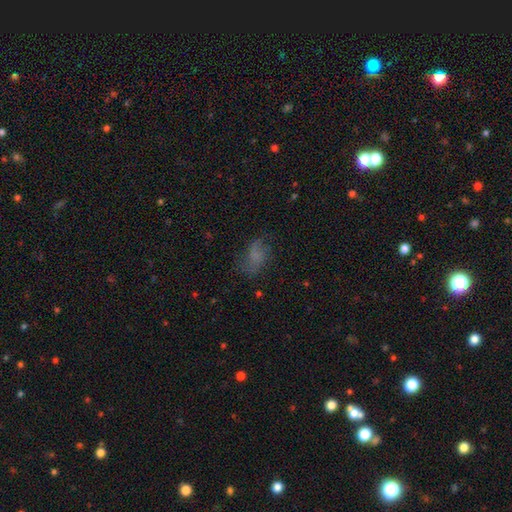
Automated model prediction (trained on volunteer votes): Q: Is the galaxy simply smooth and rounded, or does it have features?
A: smooth — 52%.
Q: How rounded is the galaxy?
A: in between — 84%.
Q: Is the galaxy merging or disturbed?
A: none — 52%.